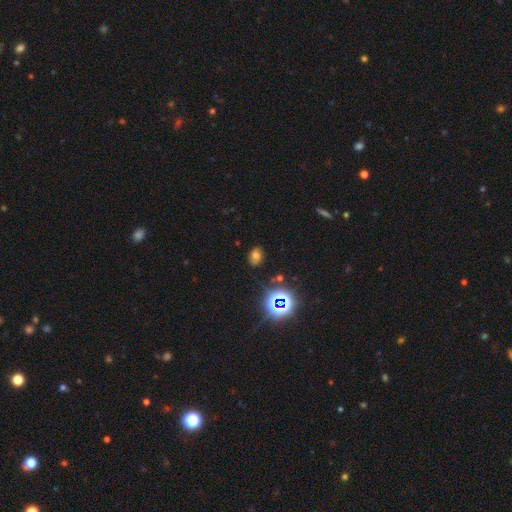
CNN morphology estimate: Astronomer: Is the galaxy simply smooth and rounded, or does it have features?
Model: smooth — 61%.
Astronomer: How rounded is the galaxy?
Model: in between — 68%.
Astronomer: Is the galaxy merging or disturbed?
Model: none — 79%.